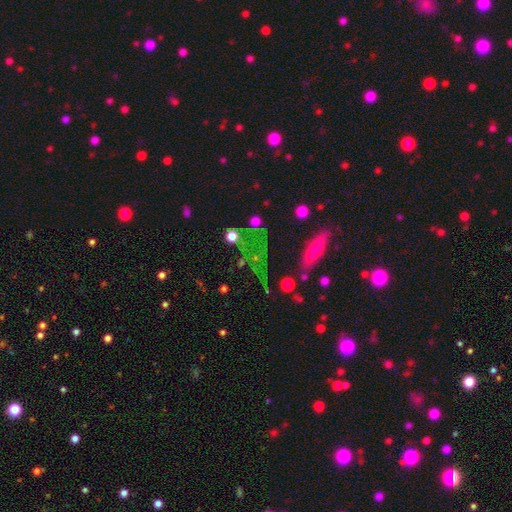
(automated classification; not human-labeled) A star or artifact, not a galaxy (56%).